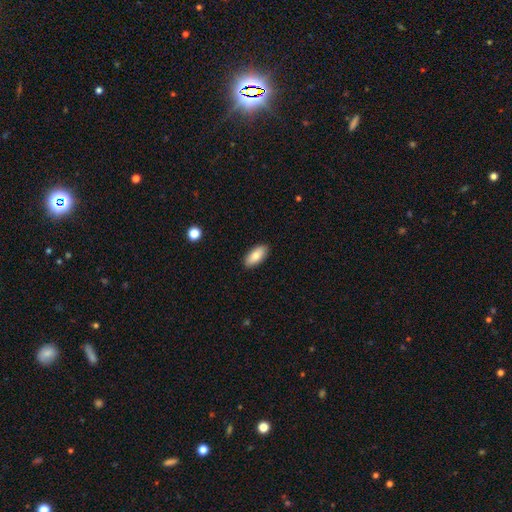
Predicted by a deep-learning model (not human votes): smooth_or_featured: smooth (p=0.81) [alt: featured or disk p=0.12]
how_rounded: in between (p=0.88) [alt: cigar-shaped p=0.09]
merging: none (p=0.89) [alt: minor disturbance p=0.08]